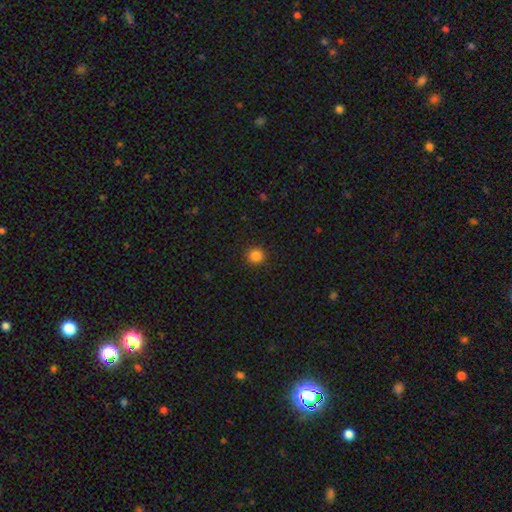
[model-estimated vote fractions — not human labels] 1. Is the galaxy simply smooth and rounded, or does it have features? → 85% smooth, 12% star or artifact, 3% featured or disk.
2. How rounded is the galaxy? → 94% round, 5% in between, 1% cigar-shaped.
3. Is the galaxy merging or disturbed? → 92% none, 5% minor disturbance, 2% major disturbance, 1% merger.